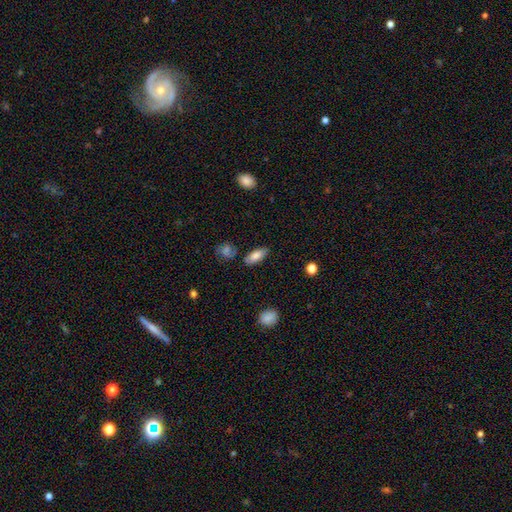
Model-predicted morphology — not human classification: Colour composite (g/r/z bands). It shows a smooth galaxy with no disk features (80%) that is in between round and cigar-shaped (80%). Merging: none (81%).